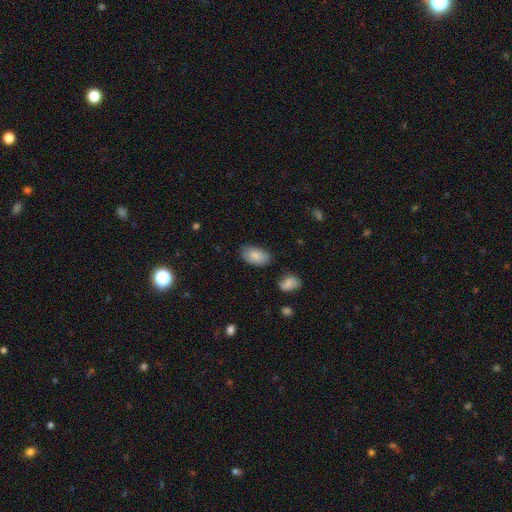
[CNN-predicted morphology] smooth-or-featured: smooth: 84% | featured or disk: 9% | star or artifact: 7%
  how-rounded: in between: 94% | round: 5% | cigar-shaped: 2%
  merging: none: 76% | minor disturbance: 18% | major disturbance: 4% | merger: 2%